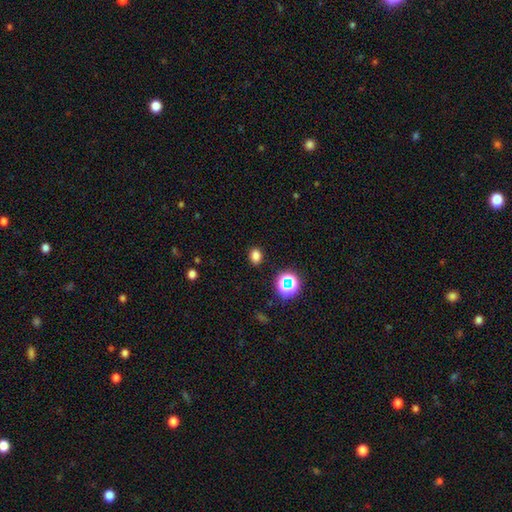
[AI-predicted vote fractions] smooth 77%, star or artifact 18%, featured or disk 5%. Down the decision tree: how rounded — in between (58%); merging — none (87%).